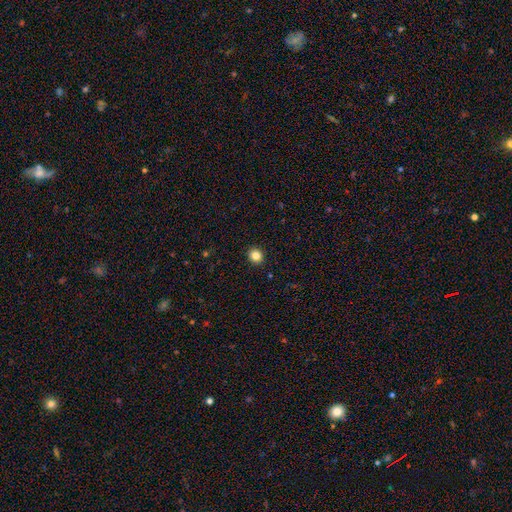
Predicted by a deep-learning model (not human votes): Q: Smooth or featured?
A: smooth (84%); runner-up: star or artifact (11%)
Q: How rounded?
A: round (86%); runner-up: in between (13%)
Q: Merging?
A: none (93%); runner-up: minor disturbance (5%)